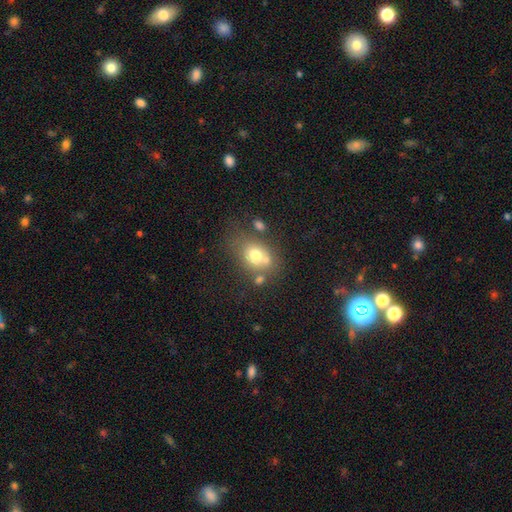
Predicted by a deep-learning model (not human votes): smooth_or_featured: smooth (p=0.69) [alt: featured or disk p=0.19]
how_rounded: in between (p=0.57) [alt: round p=0.42]
merging: none (p=0.51) [alt: merger p=0.24]